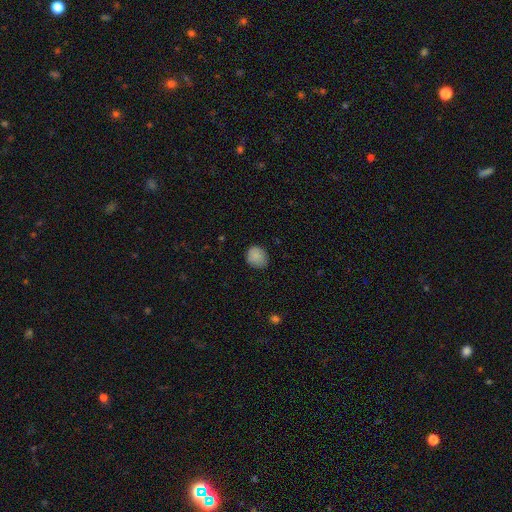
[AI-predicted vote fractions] A smooth galaxy with no disk features (86%) that is round (64%). Merging: none (77%).